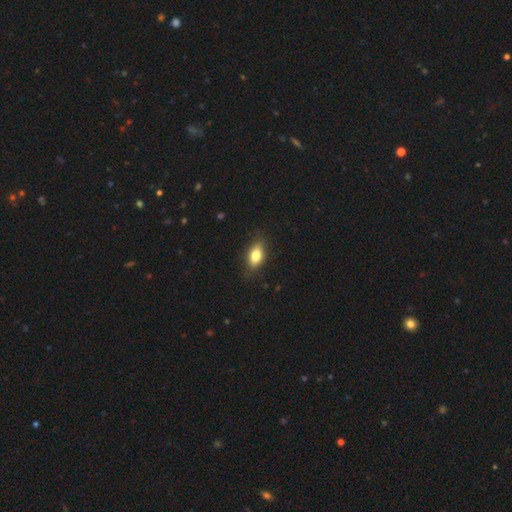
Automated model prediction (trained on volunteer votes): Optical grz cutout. It shows a smooth galaxy with no disk features (75%) that is in between round and cigar-shaped (83%). Merging: none (81%).